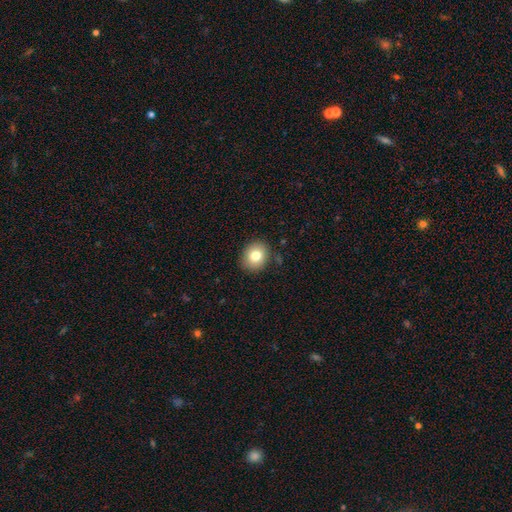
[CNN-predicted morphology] type=smooth (79%); roundness=round (68%); merging=none (86%).